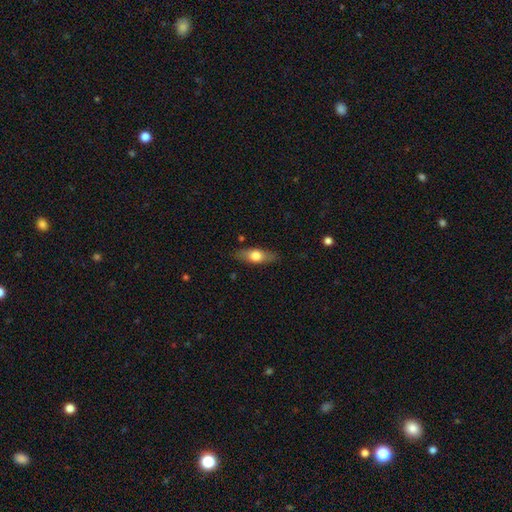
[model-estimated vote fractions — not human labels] smooth_or_featured: smooth (p=0.58) [alt: featured or disk p=0.36]
how_rounded: in between (p=0.62) [alt: cigar-shaped p=0.33]
merging: none (p=0.83) [alt: minor disturbance p=0.13]